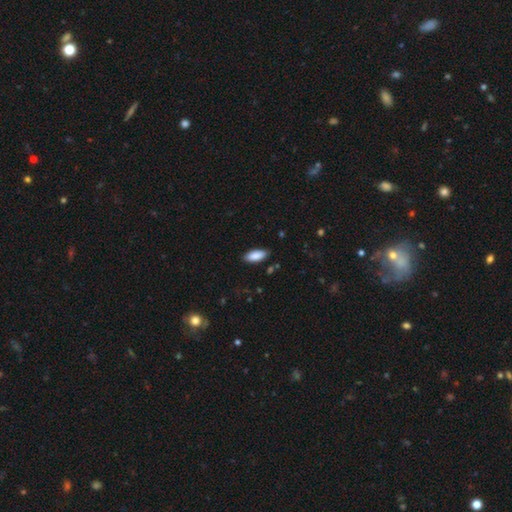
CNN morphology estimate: smooth 88%, star or artifact 6%, featured or disk 6%. Down the decision tree: how rounded — in between (84%); merging — none (84%).